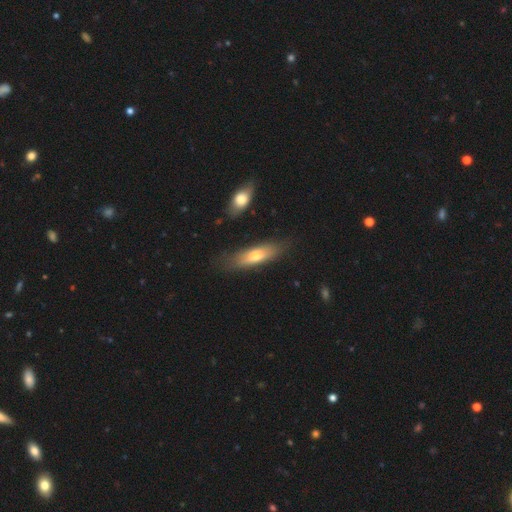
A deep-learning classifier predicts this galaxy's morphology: Smooth or featured: smooth — 64% (featured or disk — 30%)
How rounded: cigar-shaped — 50% (in between — 47%)
Merging: none — 75% (minor disturbance — 16%)